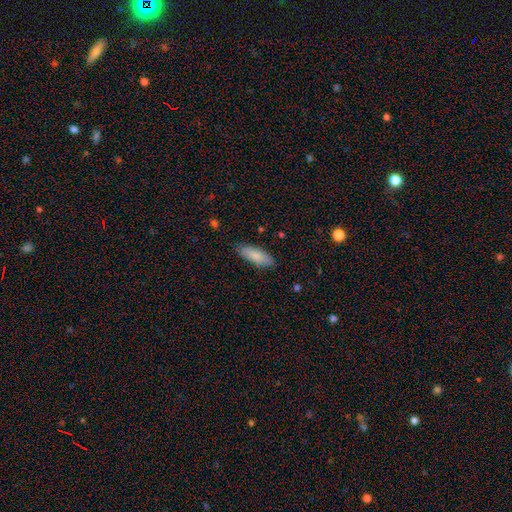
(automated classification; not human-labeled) Morphology: type=smooth (84%); roundness=in between (68%); merging=none (85%).